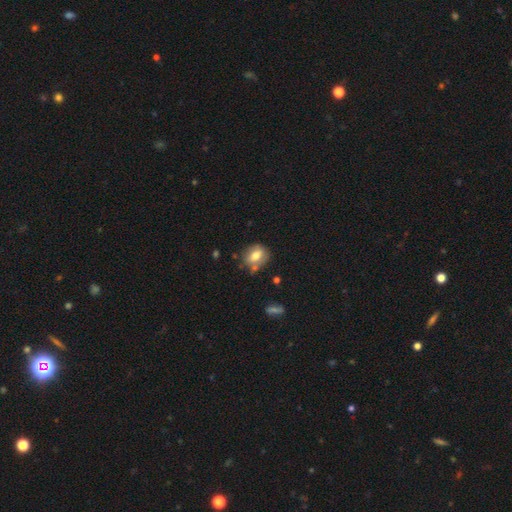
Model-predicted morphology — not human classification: type=smooth (70%); roundness=round (58%); merging=none (68%).